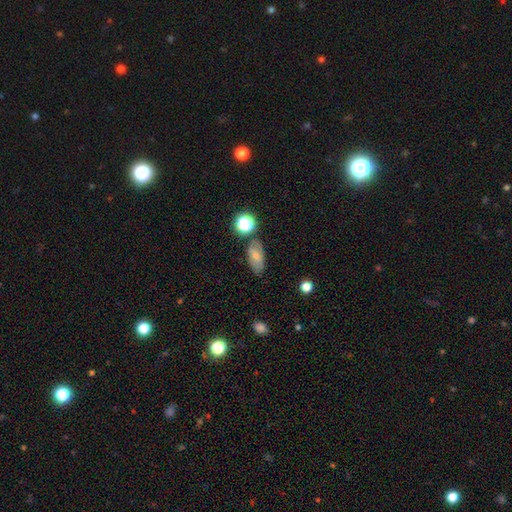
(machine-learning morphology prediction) This is likely a smooth galaxy (64%). How rounded: clearly in between (86%). Merging: likely none (69%).